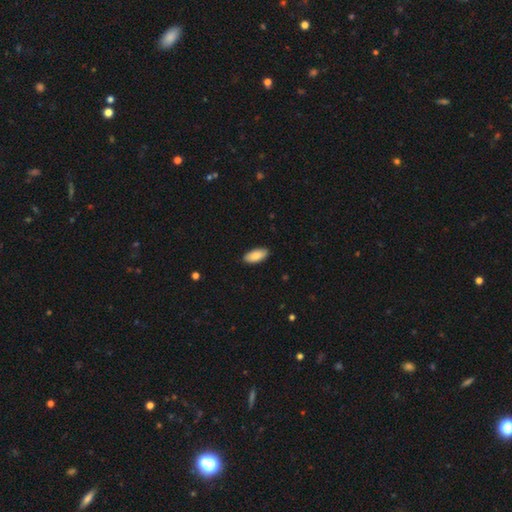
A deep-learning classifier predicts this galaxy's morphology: Smooth or featured? Predicted: smooth (p=0.88). How rounded? Predicted: in between (p=0.91). Merging? Predicted: none (p=0.88).